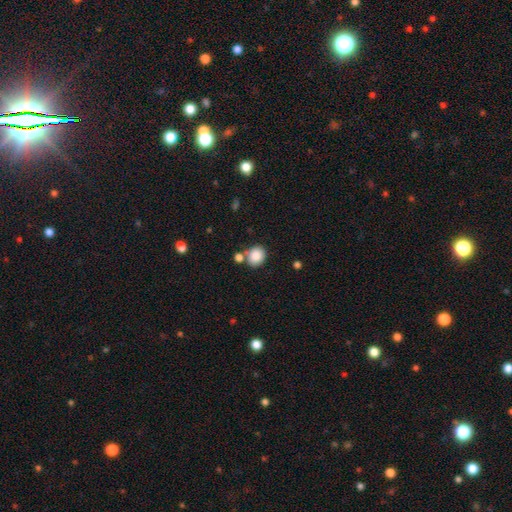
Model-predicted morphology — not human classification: smooth 86%, star or artifact 9%, featured or disk 6%. Down the decision tree: how rounded — round (69%); merging — none (67%).